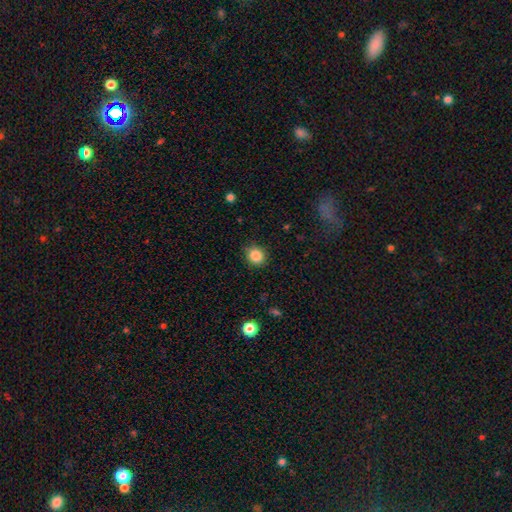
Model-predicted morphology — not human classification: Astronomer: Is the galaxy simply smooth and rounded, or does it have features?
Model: smooth — 86%.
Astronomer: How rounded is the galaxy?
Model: round — 81%.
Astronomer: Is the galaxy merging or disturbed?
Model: none — 86%.